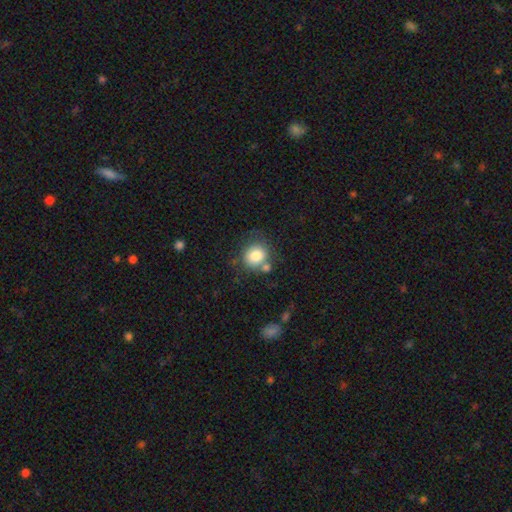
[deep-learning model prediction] A smooth galaxy with no disk features (80%) that is round (83%). Merging: none (62%).